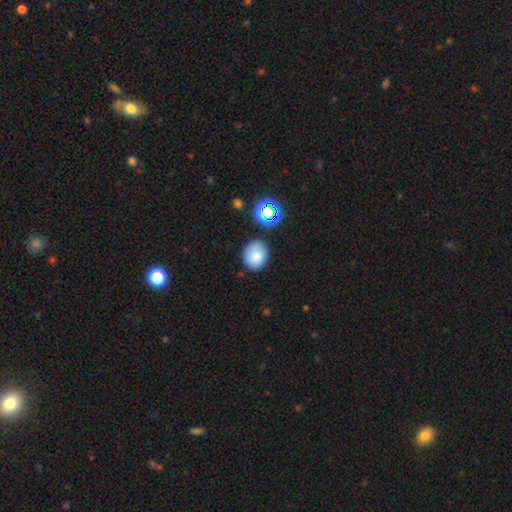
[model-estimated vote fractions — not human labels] Smooth or featured? Predicted: smooth (p=0.81). How rounded? Predicted: round (p=0.68). Merging? Predicted: none (p=0.81).